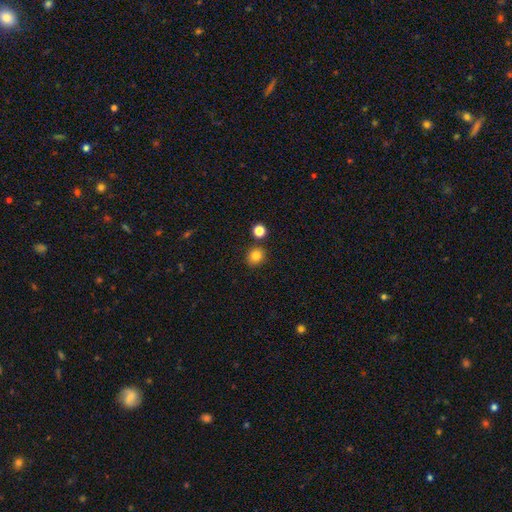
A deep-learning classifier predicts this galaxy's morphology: Smooth or featured: smooth — 83% (star or artifact — 12%)
How rounded: round — 83% (in between — 16%)
Merging: none — 81% (minor disturbance — 9%)